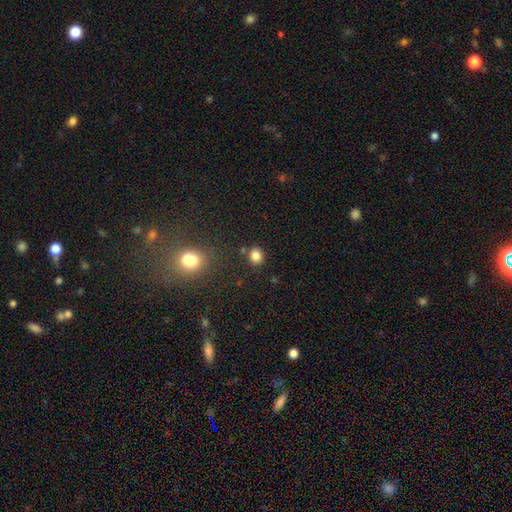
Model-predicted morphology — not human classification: This appears to be a smooth galaxy with no disk features (83%) that is round (68%). Merging: none (81%).